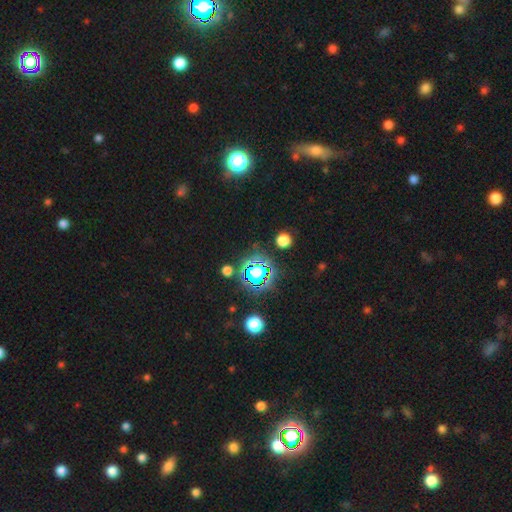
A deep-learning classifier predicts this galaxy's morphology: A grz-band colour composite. It shows a star or artifact, not a galaxy (76%).